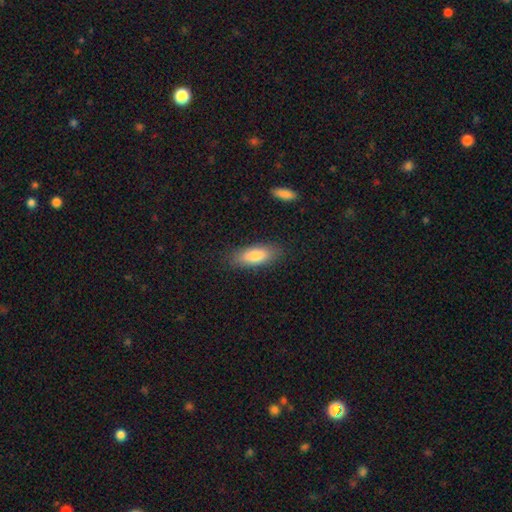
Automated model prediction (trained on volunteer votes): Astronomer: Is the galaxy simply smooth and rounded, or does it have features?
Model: smooth — 82%.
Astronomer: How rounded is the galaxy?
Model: in between — 76%.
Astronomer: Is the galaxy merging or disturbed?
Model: none — 84%.